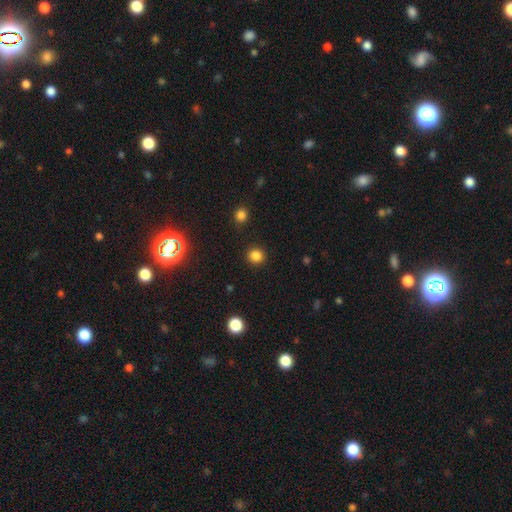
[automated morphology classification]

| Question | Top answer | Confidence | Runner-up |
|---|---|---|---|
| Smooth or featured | smooth | 83% | star or artifact (13%) |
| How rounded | round | 88% | in between (11%) |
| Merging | none | 90% | minor disturbance (6%) |